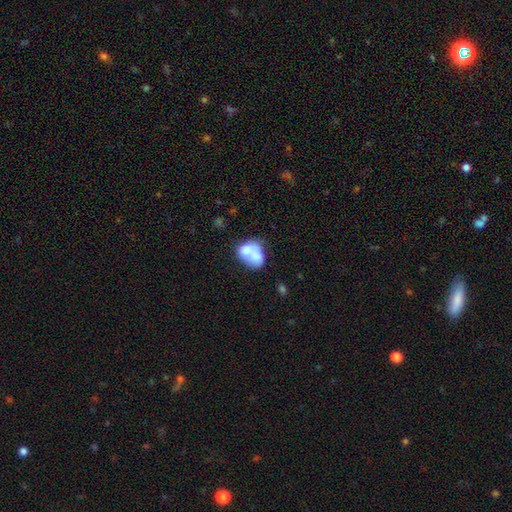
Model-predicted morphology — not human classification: This is likely a smooth galaxy (67%). How rounded: likely in between (65%). Merging: likely merger (64%).